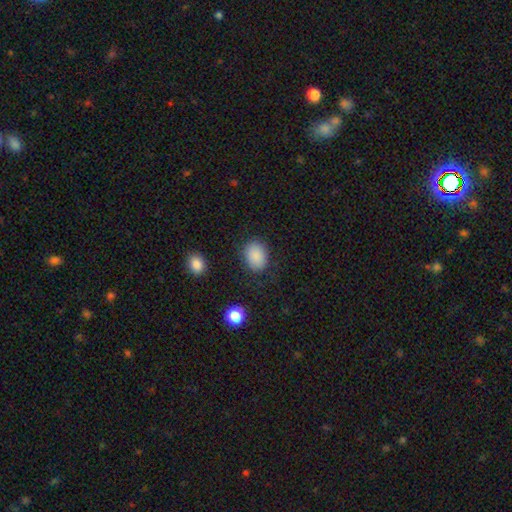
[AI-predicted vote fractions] Smooth or featured?
  - smooth: 88% *
  - star or artifact: 8%
  - featured or disk: 4%
How rounded?
  - in between: 69% *
  - round: 30%
  - cigar-shaped: 1%
Merging?
  - none: 81% *
  - minor disturbance: 13%
  - major disturbance: 4%
  - merger: 2%